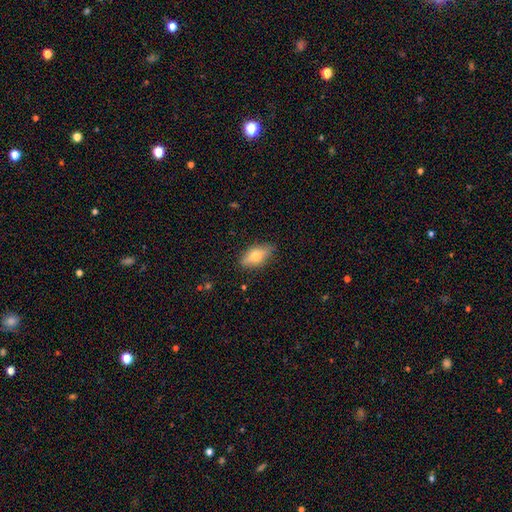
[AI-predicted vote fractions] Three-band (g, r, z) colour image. It shows a smooth galaxy with no disk features (58%) that is in between round and cigar-shaped (78%). Merging: none (83%).